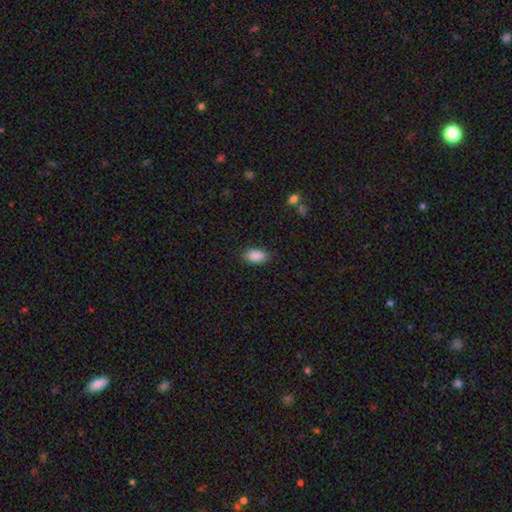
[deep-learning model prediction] Overall: smooth (89%). How rounded: in between (92%). Merging: none (85%).